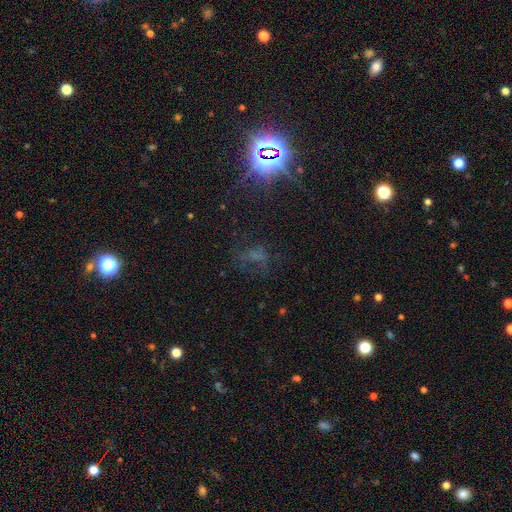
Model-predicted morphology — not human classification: Smooth or featured? star or artifact (52%)